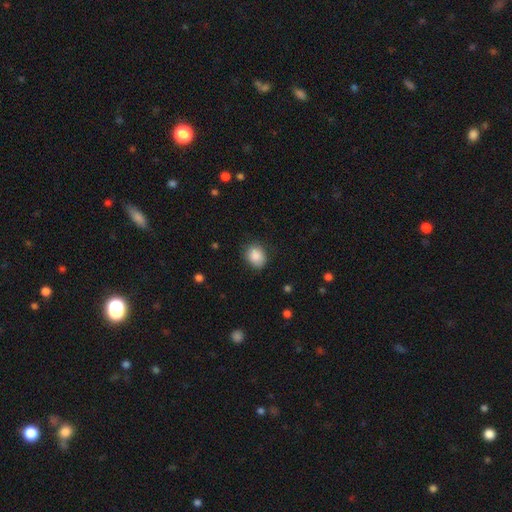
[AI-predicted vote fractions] Smooth or featured?
  - smooth: 88% *
  - star or artifact: 8%
  - featured or disk: 4%
How rounded?
  - round: 52% *
  - in between: 47%
  - cigar-shaped: 1%
Merging?
  - none: 81% *
  - minor disturbance: 14%
  - major disturbance: 3%
  - merger: 1%